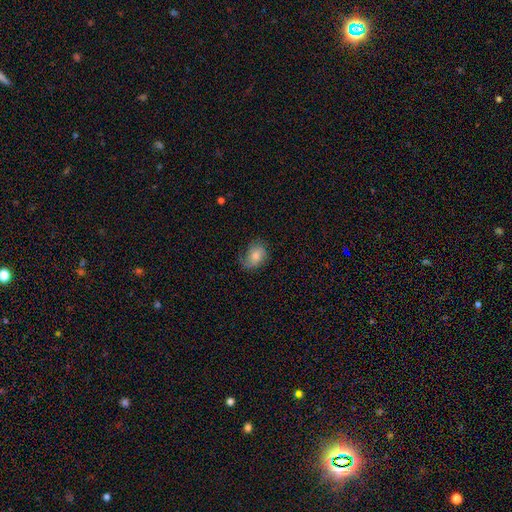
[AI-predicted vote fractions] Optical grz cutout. It shows a smooth galaxy with no disk features (73%) that is in between round and cigar-shaped (72%). Merging: none (56%).